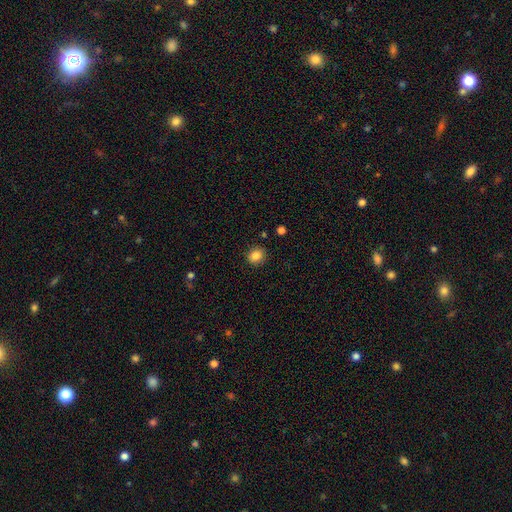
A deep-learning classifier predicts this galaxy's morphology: A smooth galaxy with no disk features (85%) that is round (73%). Merging: none (89%).